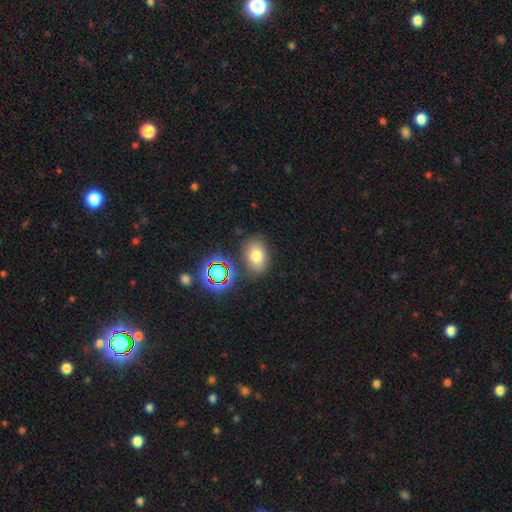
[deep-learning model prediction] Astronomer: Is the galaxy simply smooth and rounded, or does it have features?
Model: smooth — 73%.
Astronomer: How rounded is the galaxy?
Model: in between — 77%.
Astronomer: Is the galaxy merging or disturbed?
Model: none — 79%.